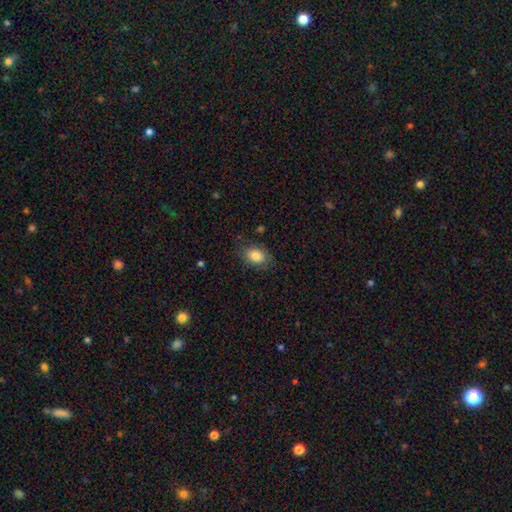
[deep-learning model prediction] smooth_or_featured: smooth (p=0.83) [alt: featured or disk p=0.09]
how_rounded: in between (p=0.79) [alt: round p=0.20]
merging: none (p=0.79) [alt: minor disturbance p=0.15]